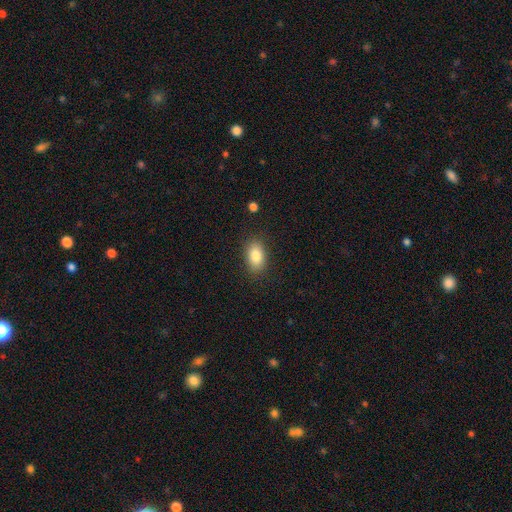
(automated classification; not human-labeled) Morphology: type=smooth (84%); roundness=in between (89%); merging=none (86%).